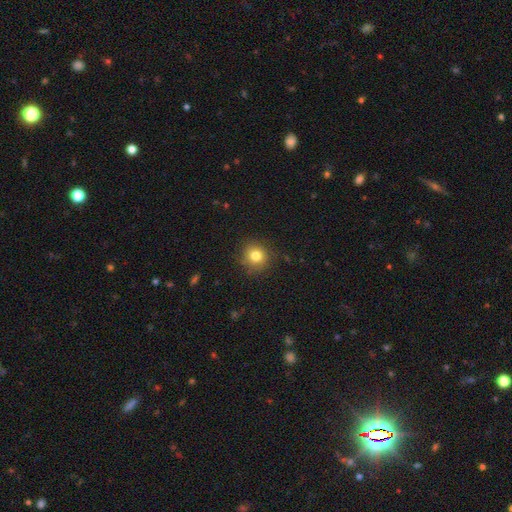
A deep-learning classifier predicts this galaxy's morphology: The model was most divided on "smooth or featured": smooth: 80%, star or artifact: 12%, featured or disk: 8%. More confident: how rounded — round (91%); merging — none (85%).